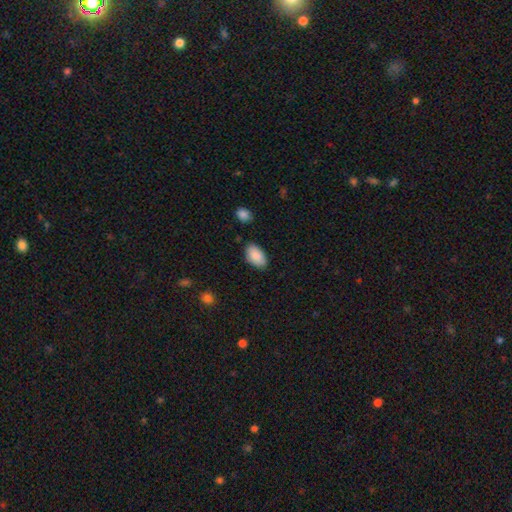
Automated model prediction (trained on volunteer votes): Smooth or featured?
  - smooth: 89% *
  - star or artifact: 6%
  - featured or disk: 5%
How rounded?
  - in between: 94% *
  - round: 4%
  - cigar-shaped: 2%
Merging?
  - none: 82% *
  - minor disturbance: 13%
  - major disturbance: 3%
  - merger: 2%